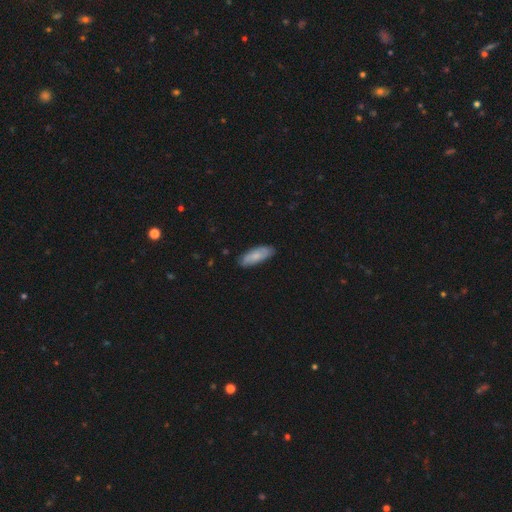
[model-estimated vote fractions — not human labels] Overall: smooth (73%). How rounded: in between (72%). Merging: none (82%).